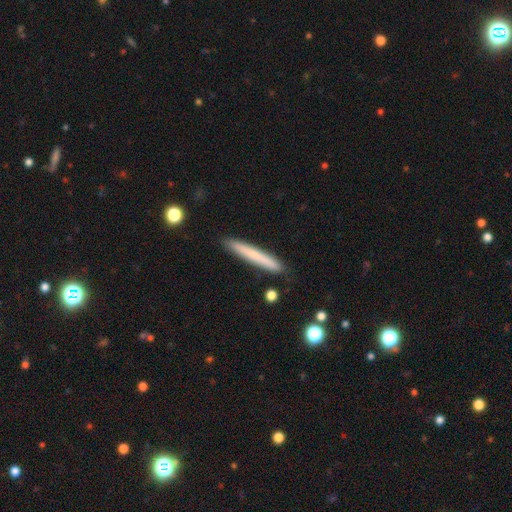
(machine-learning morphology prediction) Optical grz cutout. It shows a smooth galaxy with no disk features (72%) that is cigar-shaped (96%). Merging: none (89%).